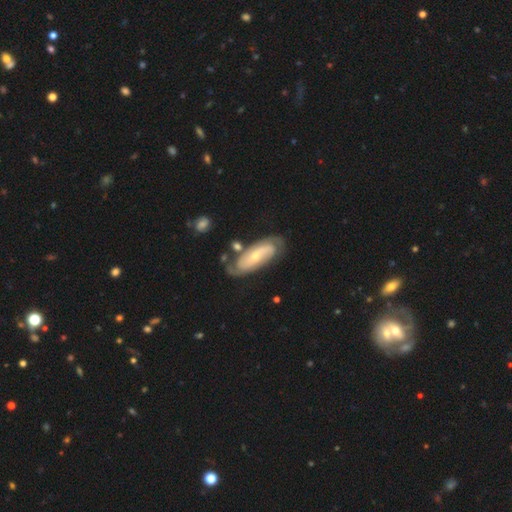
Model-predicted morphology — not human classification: The model was most divided on "spiral winding": tight: 50%, medium: 34%, loose: 17%. More confident: spiral arms — yes (91%); edge-on disk — no (90%); smooth or featured — featured or disk (76%); spiral arm count — 2 (67%); merging — none (64%); bulge size — small (59%); bar — no (55%).